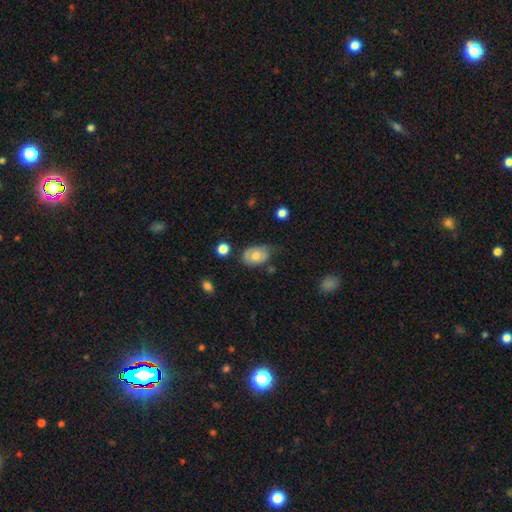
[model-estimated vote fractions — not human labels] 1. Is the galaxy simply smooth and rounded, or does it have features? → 64% smooth, 29% featured or disk, 8% star or artifact.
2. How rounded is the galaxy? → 80% in between, 18% round, 1% cigar-shaped.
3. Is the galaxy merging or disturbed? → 46% none, 38% minor disturbance, 13% major disturbance, 3% merger.